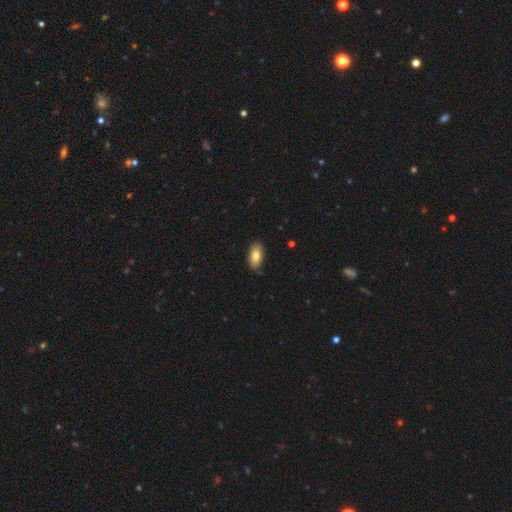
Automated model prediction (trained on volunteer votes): Q: Smooth or featured?
A: smooth (82%); runner-up: featured or disk (12%)
Q: How rounded?
A: in between (92%); runner-up: cigar-shaped (5%)
Q: Merging?
A: none (86%); runner-up: minor disturbance (11%)